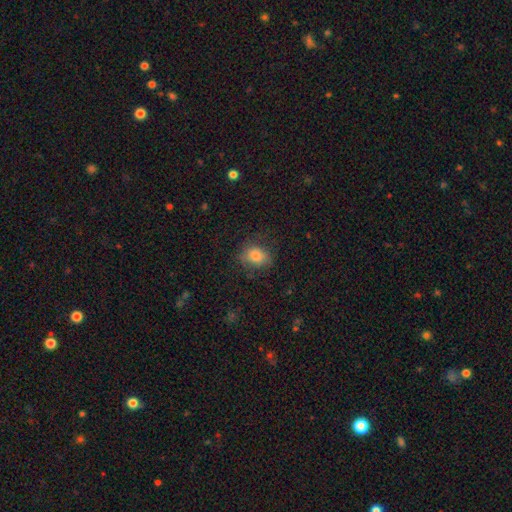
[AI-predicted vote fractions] smooth 80%, star or artifact 10%, featured or disk 10%. Down the decision tree: how rounded — in between (54%); merging — none (73%).